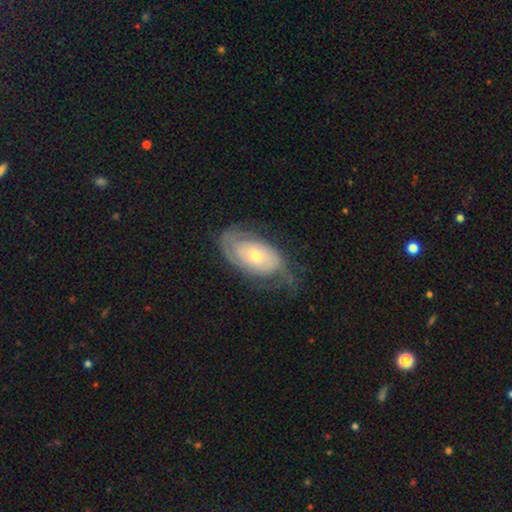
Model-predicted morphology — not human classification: Overall: featured or disk (74%). Edge-on disk: no (94%). Bar: no (76%). Spiral arms: yes (88%). Spiral arm count: 2 (45%; can't tell 36%). Spiral winding: tight (59%; medium 28%). Bulge size: small (53%; moderate 42%). Merging: none (59%; minor disturbance 24%).